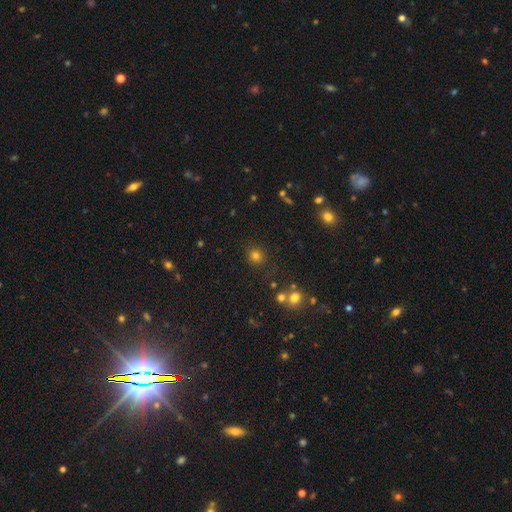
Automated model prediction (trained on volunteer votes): The model was most divided on "smooth or featured": smooth: 78%, star or artifact: 17%, featured or disk: 5%. More confident: how rounded — round (89%); merging — none (85%).